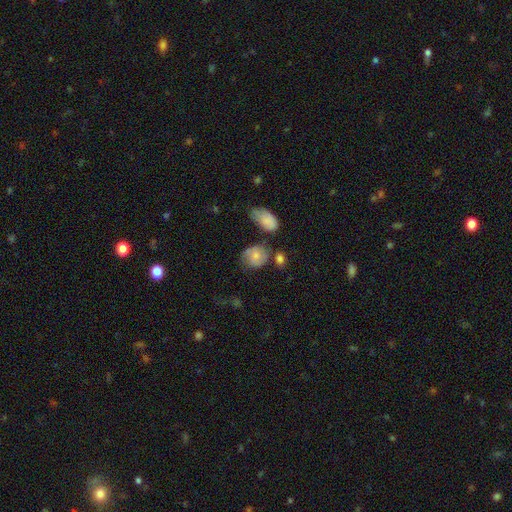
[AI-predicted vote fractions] smooth-or-featured: smooth: 66% | featured or disk: 25% | star or artifact: 9%
  how-rounded: round: 60% | in between: 39% | cigar-shaped: 1%
  merging: none: 53% | minor disturbance: 26% | major disturbance: 11% | merger: 10%